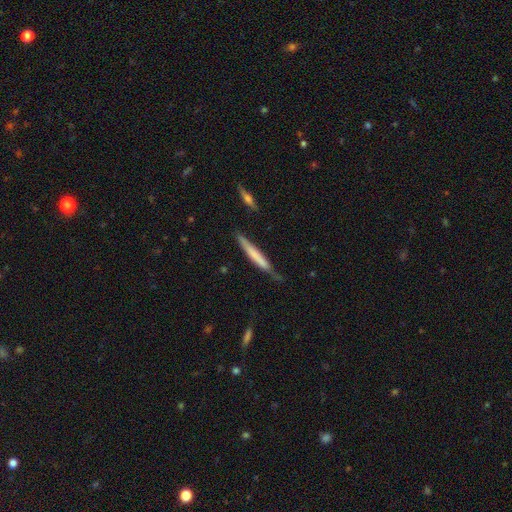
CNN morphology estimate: The model was most divided on "smooth or featured": smooth: 57%, featured or disk: 37%, star or artifact: 6%. More confident: how rounded — cigar-shaped (95%); merging — none (63%).